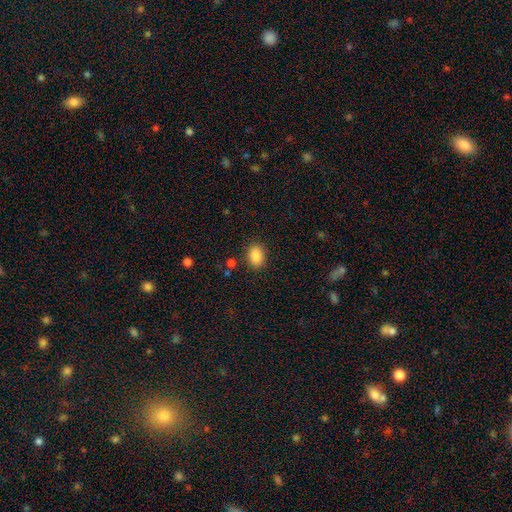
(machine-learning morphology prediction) Smooth or featured?
  - smooth: 88% *
  - star or artifact: 8%
  - featured or disk: 4%
How rounded?
  - in between: 80% *
  - round: 19%
  - cigar-shaped: 1%
Merging?
  - none: 86% *
  - minor disturbance: 9%
  - major disturbance: 3%
  - merger: 2%